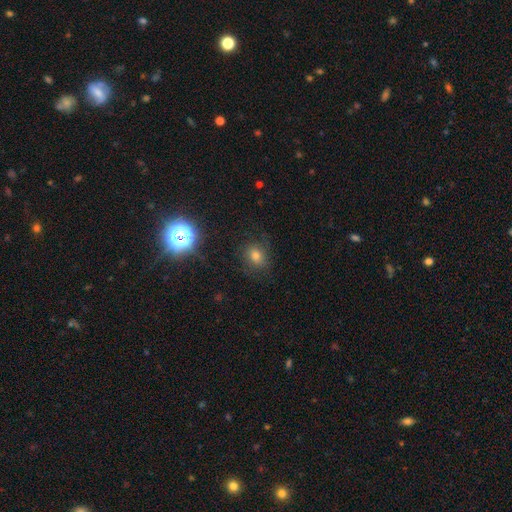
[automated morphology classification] smooth-or-featured: smooth: 65% | star or artifact: 23% | featured or disk: 11%
  how-rounded: round: 67% | in between: 32% | cigar-shaped: 1%
  merging: none: 80% | minor disturbance: 13% | major disturbance: 5% | merger: 1%